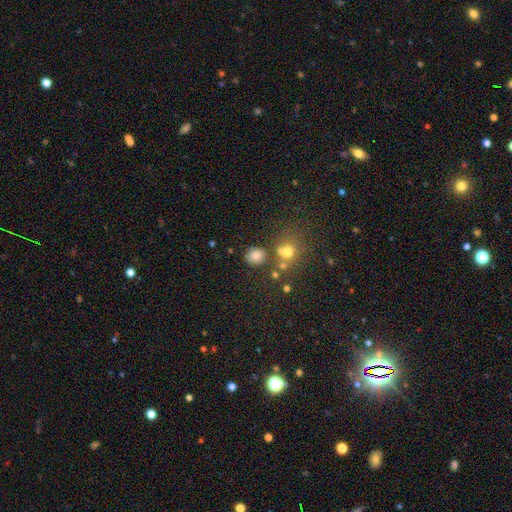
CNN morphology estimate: Overall: smooth (78%). How rounded: round (69%; in between 30%). Merging: none (71%).